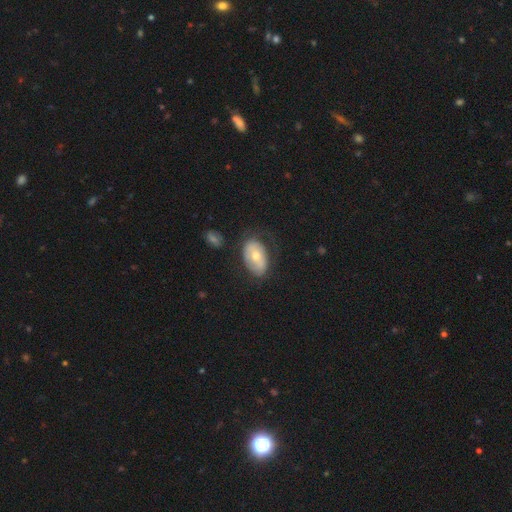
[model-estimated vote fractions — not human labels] Q: Smooth or featured?
A: smooth (55%); runner-up: featured or disk (38%)
Q: How rounded?
A: in between (88%); runner-up: round (10%)
Q: Merging?
A: none (58%); runner-up: minor disturbance (25%)